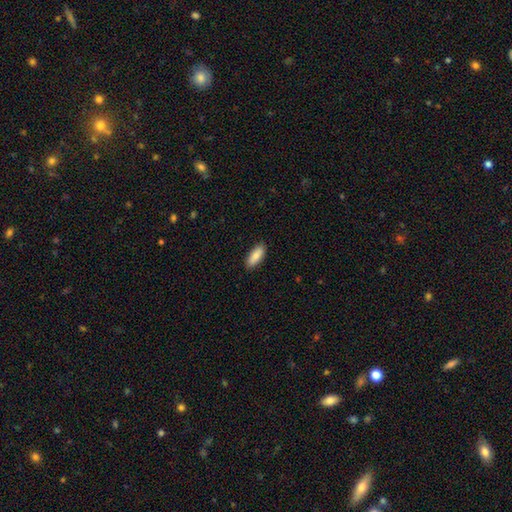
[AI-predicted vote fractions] Q: Smooth or featured?
A: smooth (88%); runner-up: featured or disk (6%)
Q: How rounded?
A: in between (75%); runner-up: cigar-shaped (23%)
Q: Merging?
A: none (90%); runner-up: minor disturbance (8%)